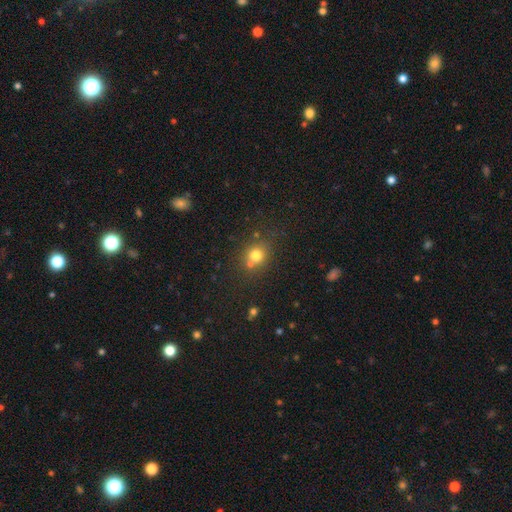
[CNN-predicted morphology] Smooth or featured? smooth (74%)
How rounded? round (80%)
Merging? none (66%)